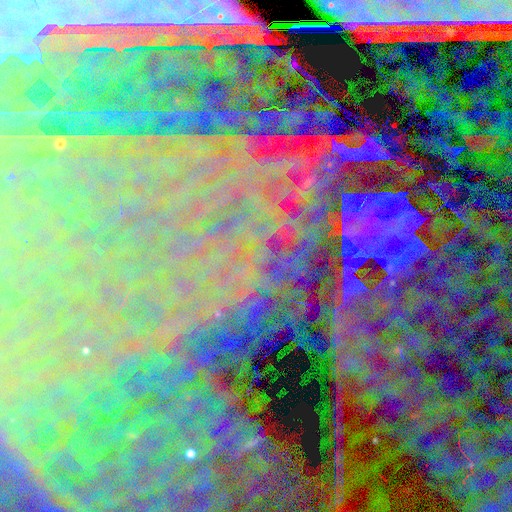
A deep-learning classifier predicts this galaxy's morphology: This appears to be a star or artifact, not a galaxy (86%).